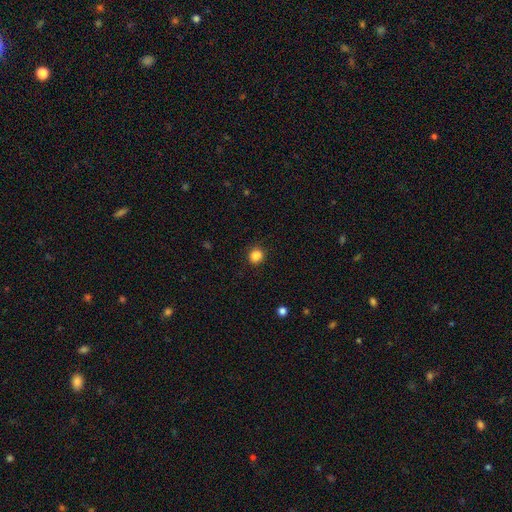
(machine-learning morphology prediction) type=smooth (85%); roundness=round (84%); merging=none (88%).